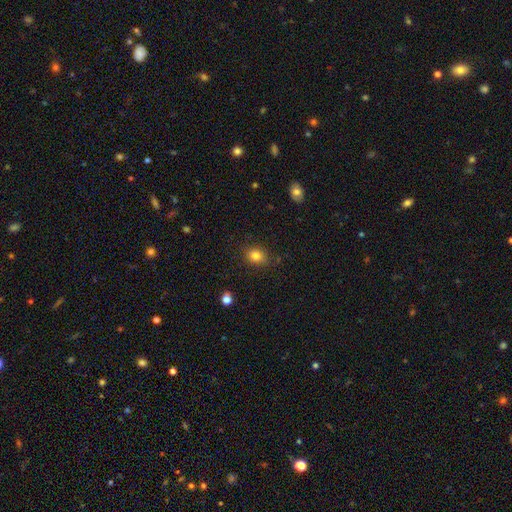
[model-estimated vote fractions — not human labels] The model was most divided on "how rounded": in between: 53%, round: 46%, cigar-shaped: 1%. More confident: smooth or featured — smooth (82%); merging — none (81%).